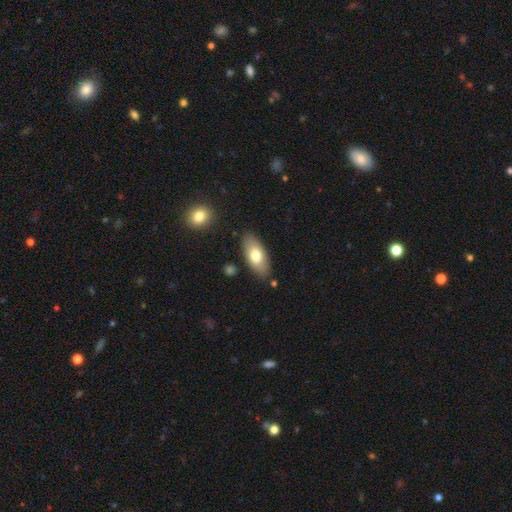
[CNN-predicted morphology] This appears to be a smooth galaxy with no disk features (72%) that is in between round and cigar-shaped (87%). Merging: none (83%).